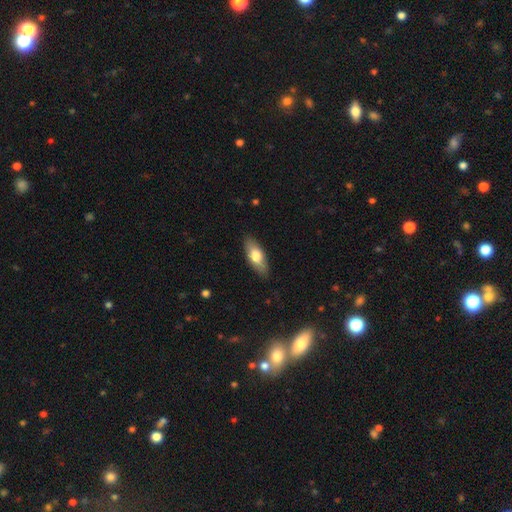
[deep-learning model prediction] Smooth or featured?
  - smooth: 70% *
  - featured or disk: 25%
  - star or artifact: 6%
How rounded?
  - in between: 78% *
  - cigar-shaped: 19%
  - round: 3%
Merging?
  - none: 86% *
  - minor disturbance: 11%
  - major disturbance: 2%
  - merger: 1%